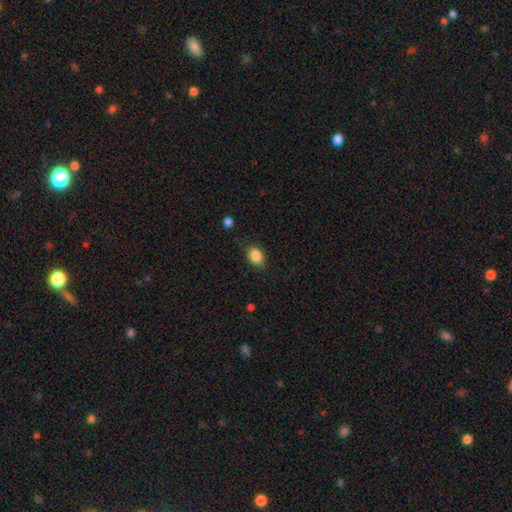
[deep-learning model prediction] Smooth or featured?
  - smooth: 86% *
  - star or artifact: 9%
  - featured or disk: 5%
How rounded?
  - in between: 70% *
  - round: 28%
  - cigar-shaped: 1%
Merging?
  - none: 83% *
  - minor disturbance: 13%
  - major disturbance: 3%
  - merger: 1%